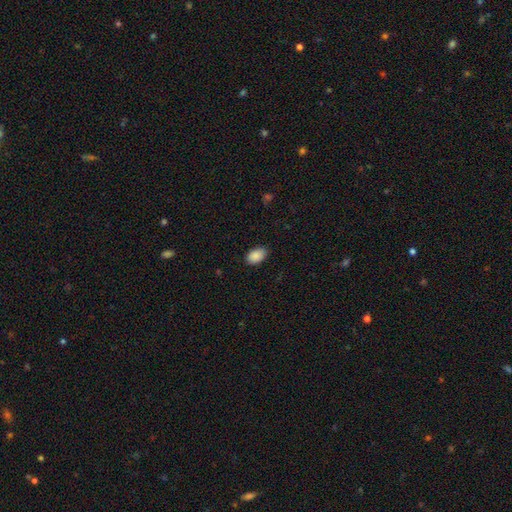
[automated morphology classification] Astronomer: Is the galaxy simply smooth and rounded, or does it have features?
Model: smooth — 89%.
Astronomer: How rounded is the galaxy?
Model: in between — 90%.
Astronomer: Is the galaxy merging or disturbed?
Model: none — 85%.